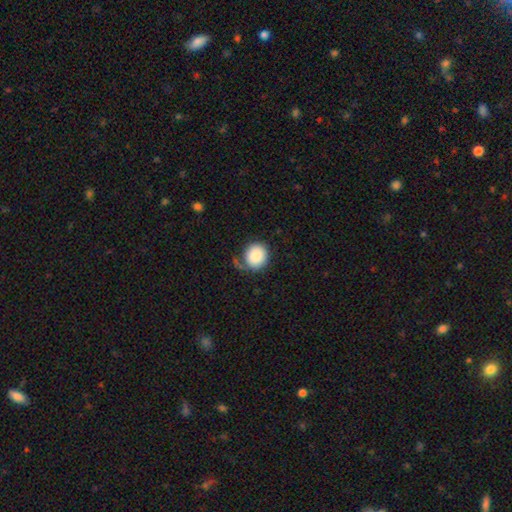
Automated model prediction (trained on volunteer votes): This is clearly a smooth galaxy (87%). How rounded: clearly round (84%). Merging: likely none (62%).